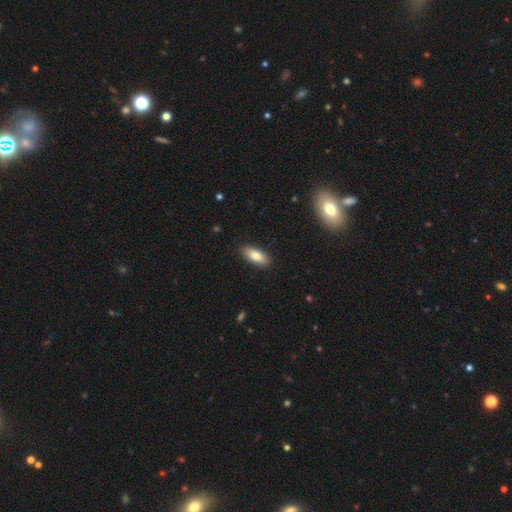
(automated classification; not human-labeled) This is clearly a smooth galaxy (82%). How rounded: clearly in between (84%). Merging: clearly none (89%).